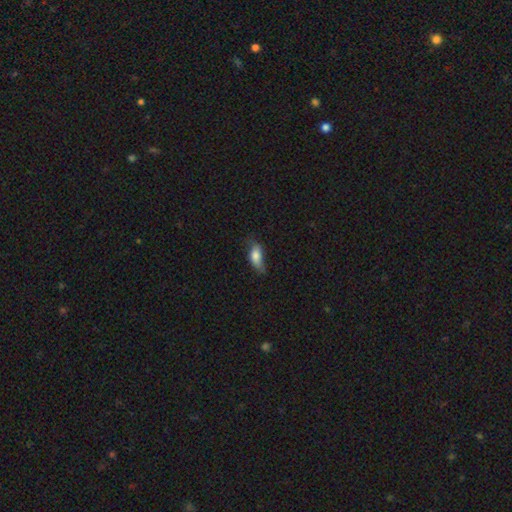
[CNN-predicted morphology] A smooth galaxy with no disk features (73%) that is in between round and cigar-shaped (81%).

Vote fractions:
- Smooth or featured? smooth: 73% / featured or disk: 20% / star or artifact: 8%
- How rounded? in between: 81% / cigar-shaped: 15% / round: 4%
- Merging? none: 45% / minor disturbance: 36% / major disturbance: 17% / merger: 2%